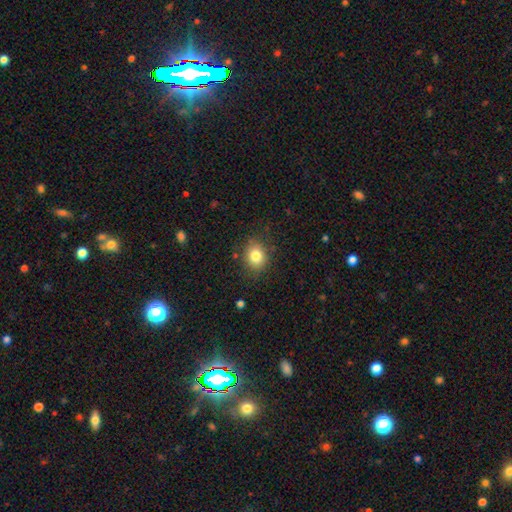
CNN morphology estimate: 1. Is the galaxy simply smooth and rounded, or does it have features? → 81% smooth, 11% star or artifact, 8% featured or disk.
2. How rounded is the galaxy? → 60% round, 39% in between, 1% cigar-shaped.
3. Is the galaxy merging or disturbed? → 83% none, 12% minor disturbance, 3% major disturbance, 1% merger.